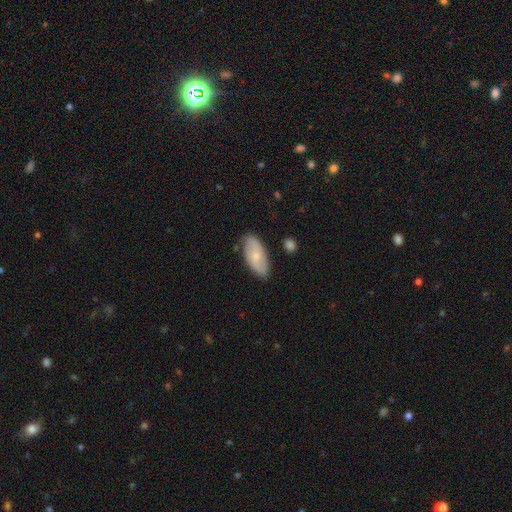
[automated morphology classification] smooth 58%, featured or disk 36%, star or artifact 6%. Down the decision tree: how rounded — in between (91%); merging — none (80%).